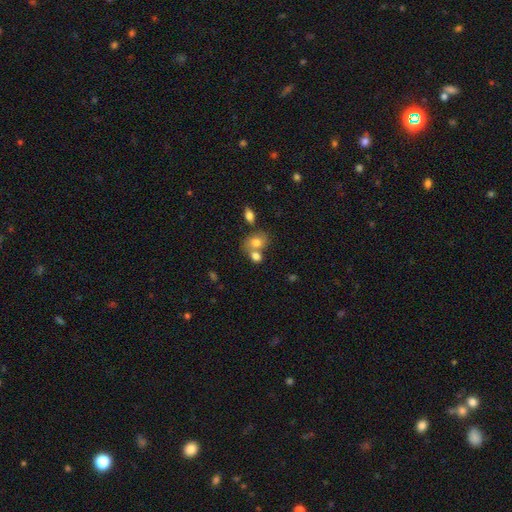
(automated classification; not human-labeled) Q: Smooth or featured?
A: smooth (76%); runner-up: featured or disk (13%)
Q: How rounded?
A: in between (59%); runner-up: round (40%)
Q: Merging?
A: merger (50%); runner-up: none (36%)